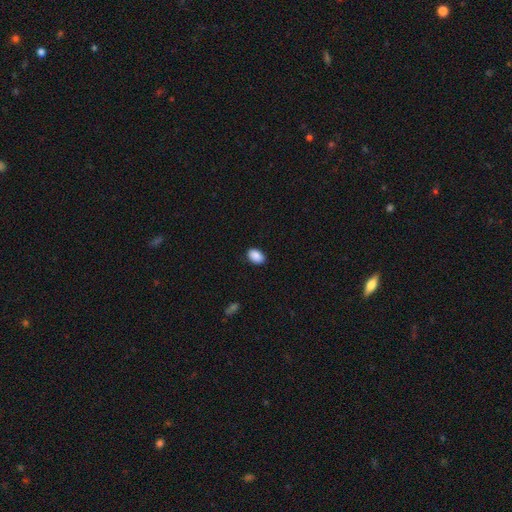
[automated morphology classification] Smooth or featured? Predicted: smooth (p=0.90). How rounded? Predicted: in between (p=0.89). Merging? Predicted: none (p=0.87).